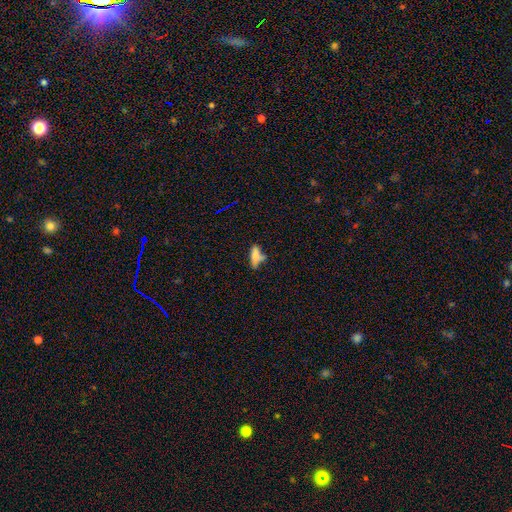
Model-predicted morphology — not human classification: smooth-or-featured: smooth: 69% | featured or disk: 21% | star or artifact: 10%
  how-rounded: in between: 63% | cigar-shaped: 34% | round: 3%
  merging: none: 41% | minor disturbance: 26% | merger: 21% | major disturbance: 13%